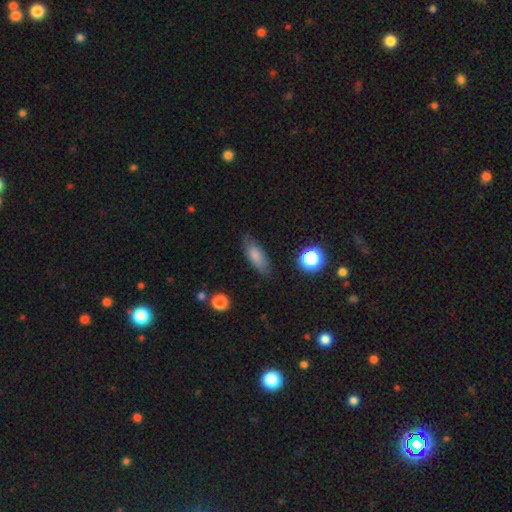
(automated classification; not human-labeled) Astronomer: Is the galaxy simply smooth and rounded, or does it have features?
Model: smooth — 78%.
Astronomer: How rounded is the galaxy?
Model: in between — 65%.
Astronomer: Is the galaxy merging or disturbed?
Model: none — 77%.